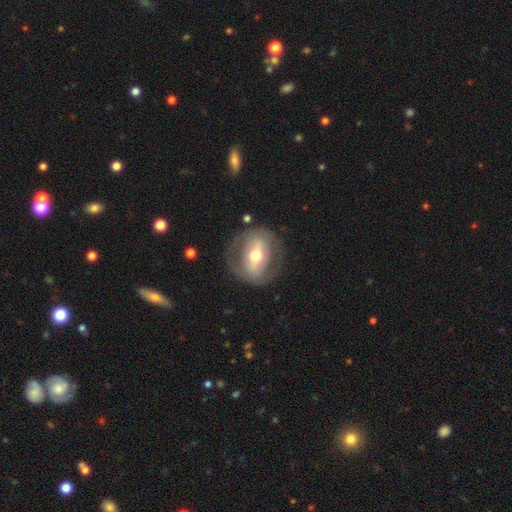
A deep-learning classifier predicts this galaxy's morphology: This appears to be a featured or disk galaxy (65%) with a strong bar (57%), no spiral arms (69%) and a moderate central bulge (71%). Merging: none (76%).